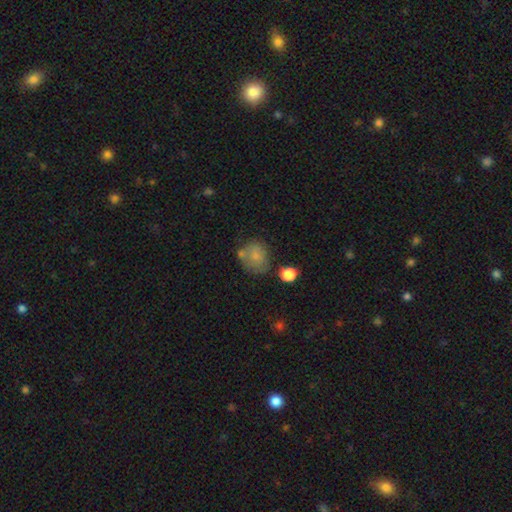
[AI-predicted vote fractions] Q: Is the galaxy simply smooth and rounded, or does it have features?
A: smooth — 72%.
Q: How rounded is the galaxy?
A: round — 73%.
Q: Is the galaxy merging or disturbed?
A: none — 52%.